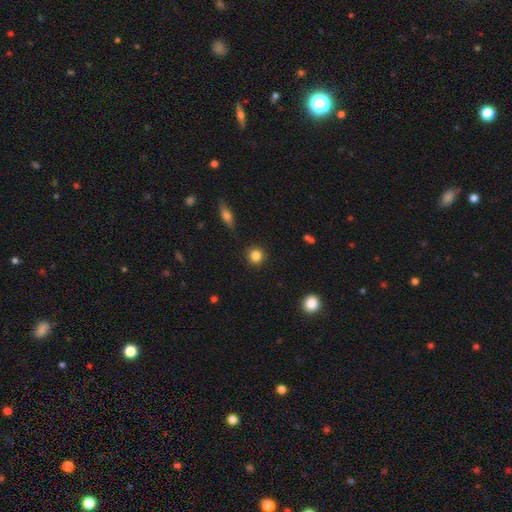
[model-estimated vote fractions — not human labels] This is clearly a smooth galaxy (85%). How rounded: clearly round (92%). Merging: clearly none (90%).